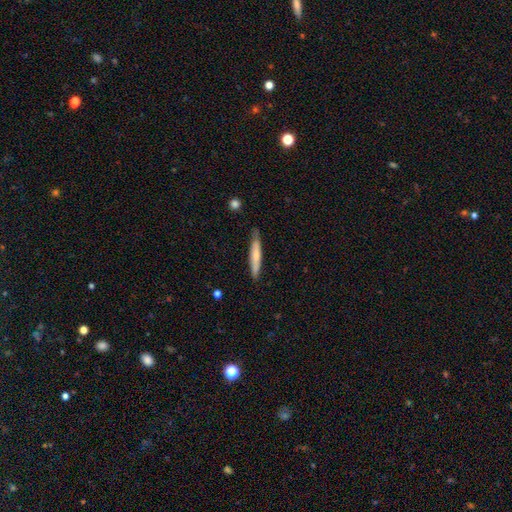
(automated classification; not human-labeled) Overall: smooth (64%; featured or disk 31%). How rounded: cigar-shaped (91%). Merging: none (79%).